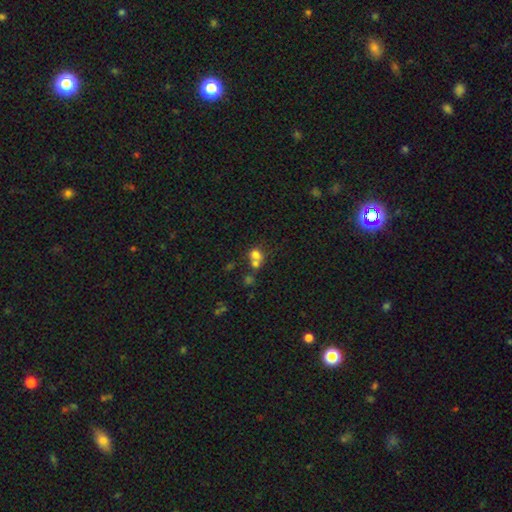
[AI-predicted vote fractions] This appears to be a smooth galaxy with no disk features (70%) that is round (69%). Merging: merger (56%).